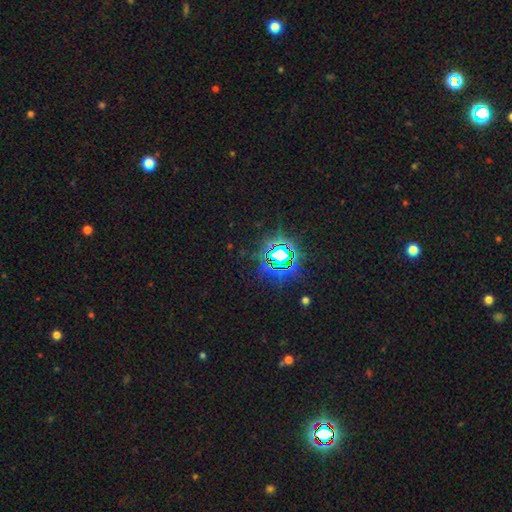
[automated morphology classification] Q: Smooth or featured?
A: star or artifact (83%); runner-up: smooth (10%)